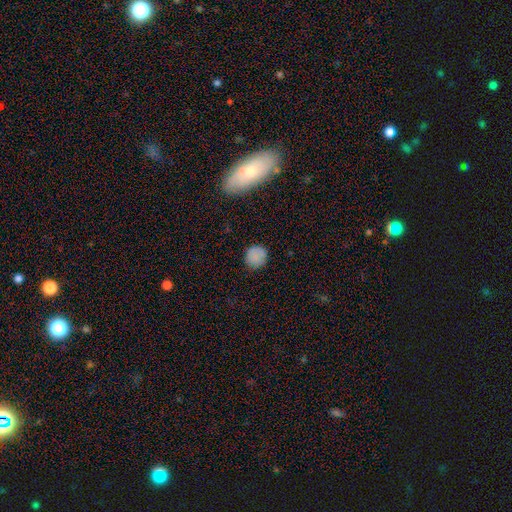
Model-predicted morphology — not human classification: A smooth galaxy with no disk features (83%) that is round (92%).

Vote fractions:
- Smooth or featured? smooth: 83% / star or artifact: 11% / featured or disk: 6%
- How rounded? round: 92% / in between: 7% / cigar-shaped: 1%
- Merging? none: 86% / minor disturbance: 10% / major disturbance: 2% / merger: 1%